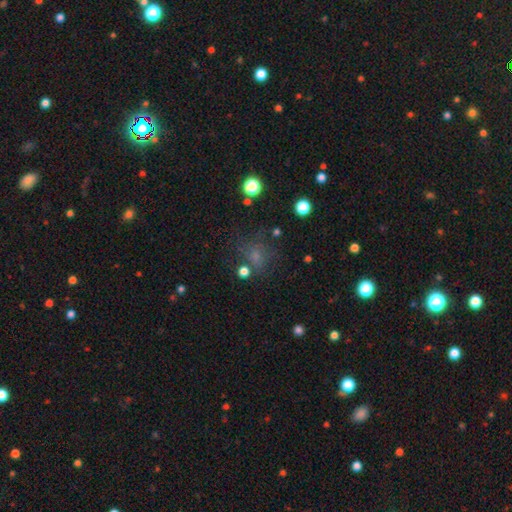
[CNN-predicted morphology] smooth 57%, star or artifact 28%, featured or disk 15%. Down the decision tree: how rounded — round (75%); merging — none (65%).